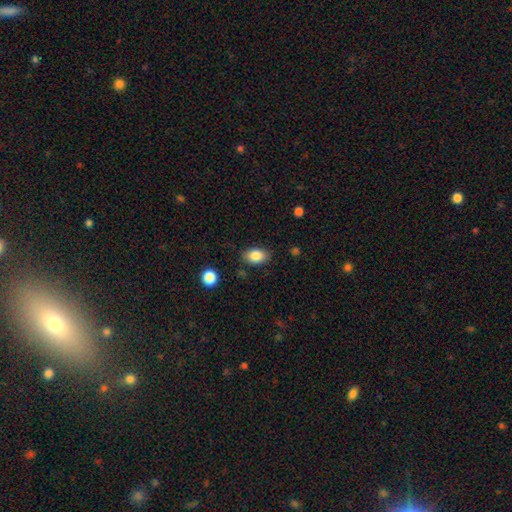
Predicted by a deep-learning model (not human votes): Smooth or featured? smooth (85%)
How rounded? in between (84%)
Merging? none (83%)